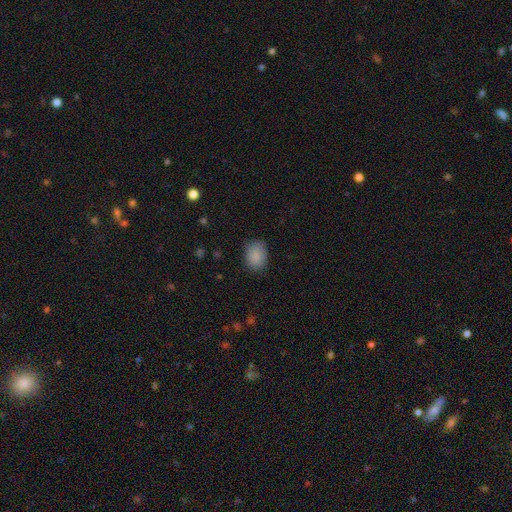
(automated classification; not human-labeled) The model was most divided on "how rounded": in between: 68%, round: 31%, cigar-shaped: 1%. More confident: smooth or featured — smooth (87%); merging — none (81%).